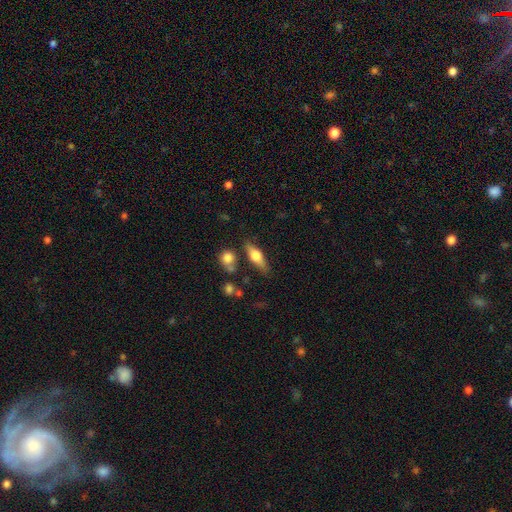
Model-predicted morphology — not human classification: This appears to be a smooth galaxy with no disk features (51%) that is in between round and cigar-shaped (52%). Merging: none (74%).